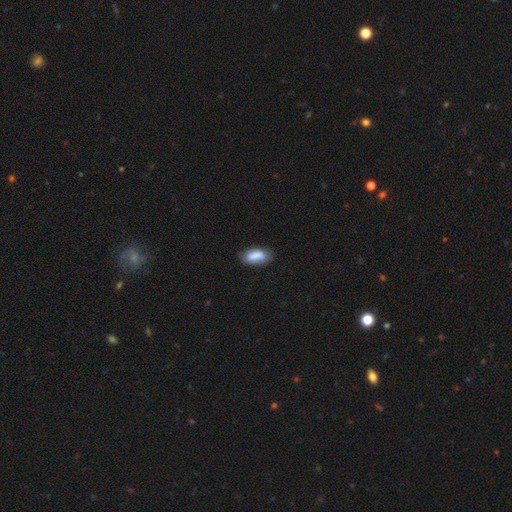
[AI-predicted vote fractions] This appears to be a smooth galaxy with no disk features (82%) that is in between round and cigar-shaped (86%). Merging: none (71%).